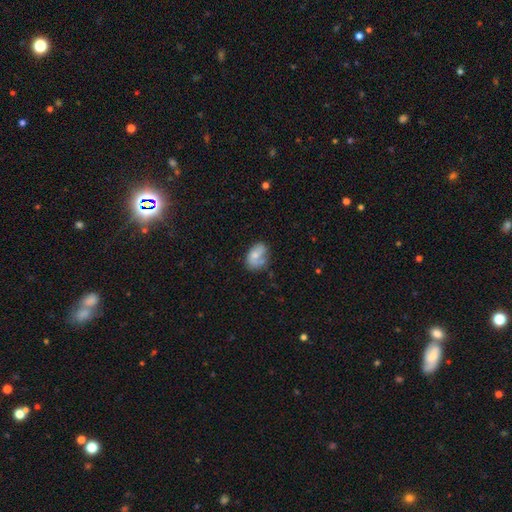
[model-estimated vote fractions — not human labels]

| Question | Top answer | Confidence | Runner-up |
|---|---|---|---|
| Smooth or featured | smooth | 58% | featured or disk (34%) |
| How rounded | in between | 83% | round (16%) |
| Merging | none | 44% | minor disturbance (30%) |